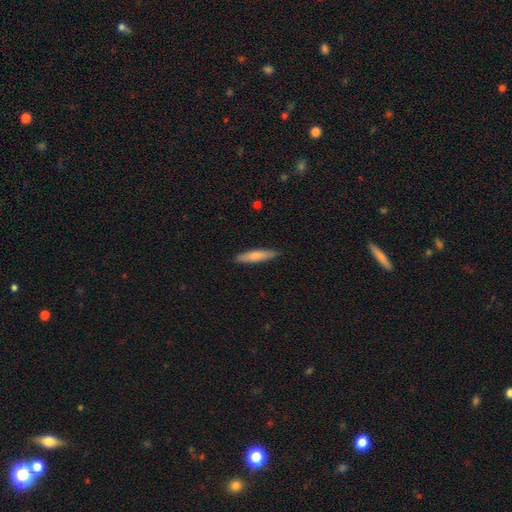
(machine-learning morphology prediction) This appears to be a smooth galaxy with no disk features (75%) that is cigar-shaped (82%). Merging: none (89%).